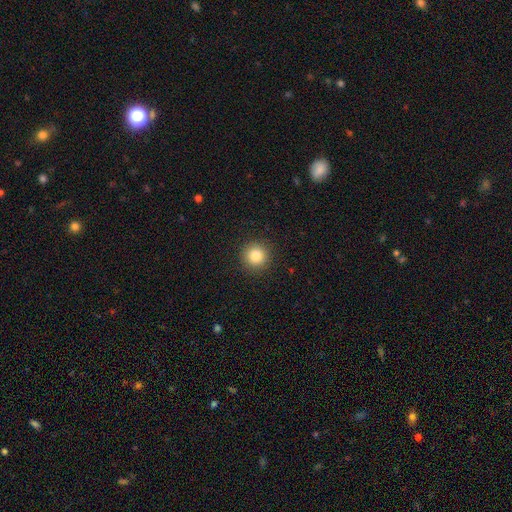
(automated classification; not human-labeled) smooth_or_featured: smooth (p=0.83) [alt: star or artifact p=0.11]
how_rounded: round (p=0.95) [alt: in between p=0.04]
merging: none (p=0.92) [alt: minor disturbance p=0.05]